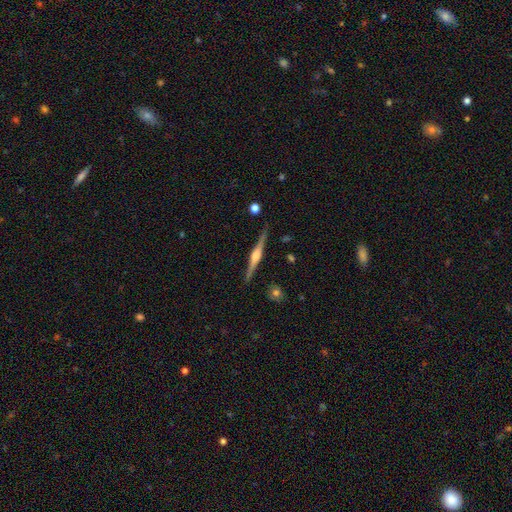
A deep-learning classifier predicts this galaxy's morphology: Q: Smooth or featured?
A: featured or disk (83%); runner-up: smooth (12%)
Q: Edge-on disk?
A: yes (98%); runner-up: no (2%)
Q: Edge-on bulge?
A: rounded (78%); runner-up: boxy (18%)
Q: Merging?
A: none (90%); runner-up: minor disturbance (7%)